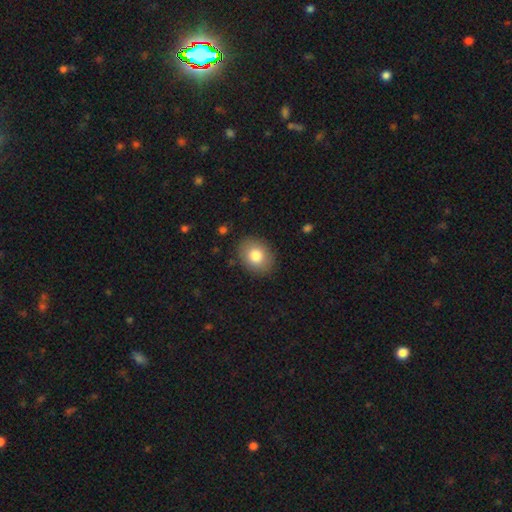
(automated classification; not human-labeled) A smooth galaxy with no disk features (80%) that is in between round and cigar-shaped (52%).

Vote fractions:
- Smooth or featured? smooth: 80% / featured or disk: 11% / star or artifact: 8%
- How rounded? in between: 52% / round: 47% / cigar-shaped: 1%
- Merging? none: 87% / minor disturbance: 9% / major disturbance: 3% / merger: 1%